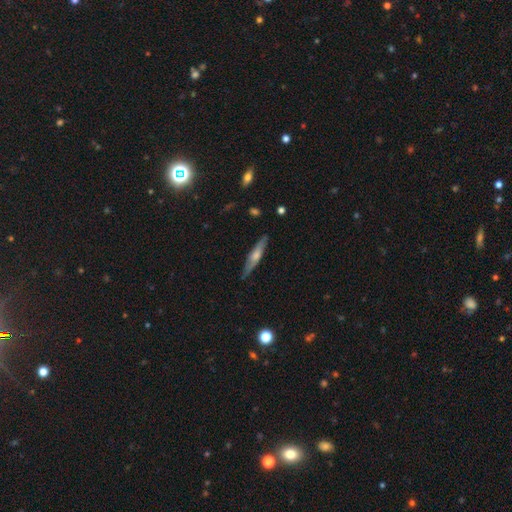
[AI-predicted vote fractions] This is possibly a featured or disk galaxy (50%). It is clearly viewed edge-on (91%). Merging: clearly none (84%).